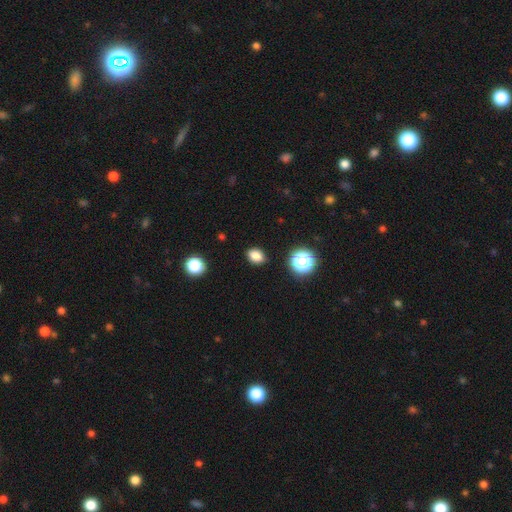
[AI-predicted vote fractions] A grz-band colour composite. It shows a smooth galaxy with no disk features (83%) that is in between round and cigar-shaped (67%). Merging: none (88%).